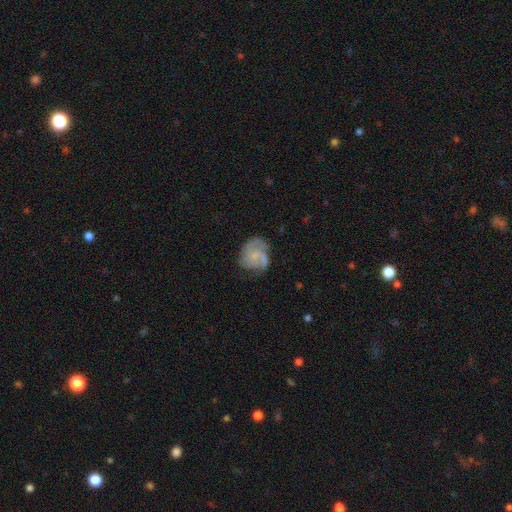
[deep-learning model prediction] Overall: featured or disk (69%). Edge-on disk: no (98%). Bar: no (69%). Spiral arms: yes (88%). Spiral arm count: 3 (32%; 2 30%). Spiral winding: medium (44%; tight 39%). Bulge size: small (46%; none 30%). Merging: none (57%; minor disturbance 25%).